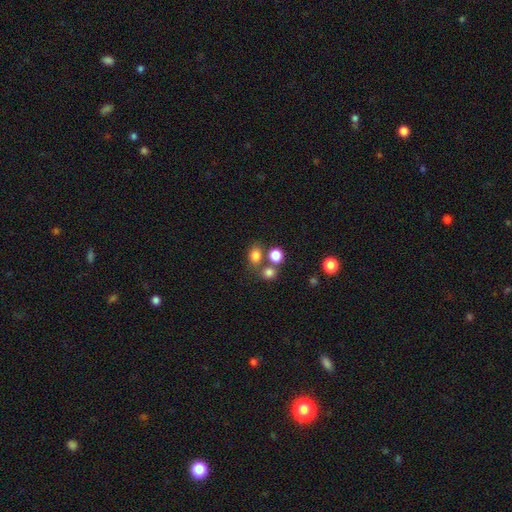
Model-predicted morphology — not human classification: smooth 78%, star or artifact 14%, featured or disk 8%. Down the decision tree: how rounded — round (49%, tied with in between); merging — none (57%).